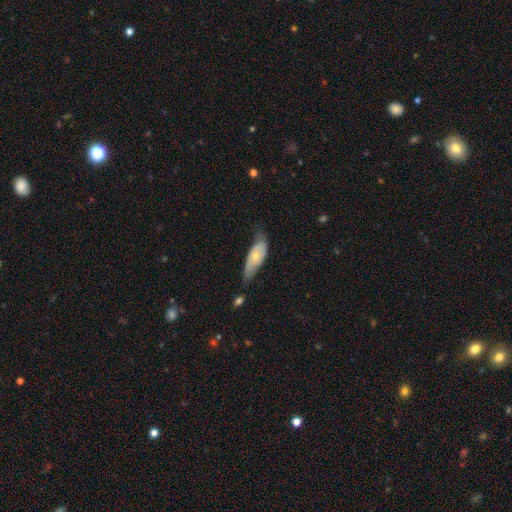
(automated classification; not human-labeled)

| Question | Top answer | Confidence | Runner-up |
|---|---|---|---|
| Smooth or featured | smooth | 49% | featured or disk (45%) |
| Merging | minor disturbance | 41% | none (40%) |